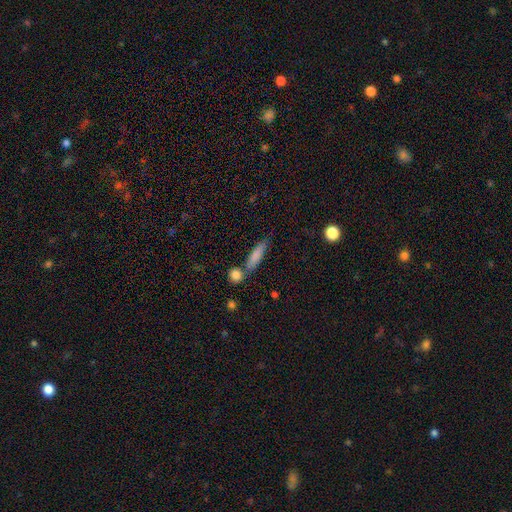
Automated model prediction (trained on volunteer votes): Q: Smooth or featured?
A: smooth (79%); runner-up: featured or disk (14%)
Q: How rounded?
A: cigar-shaped (69%); runner-up: in between (28%)
Q: Merging?
A: none (65%); runner-up: merger (15%)